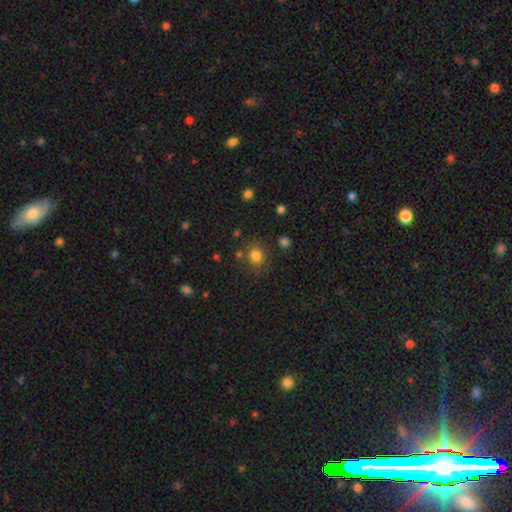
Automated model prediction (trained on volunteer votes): Overall: smooth (81%). How rounded: round (75%). Merging: none (78%).